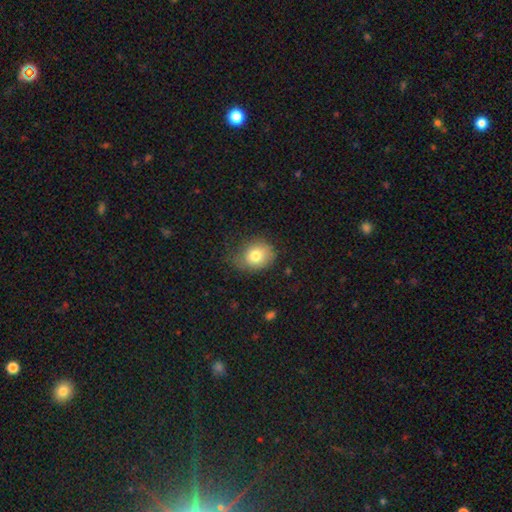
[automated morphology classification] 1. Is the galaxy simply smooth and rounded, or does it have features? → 78% smooth, 13% featured or disk, 10% star or artifact.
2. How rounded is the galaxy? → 60% round, 39% in between, 1% cigar-shaped.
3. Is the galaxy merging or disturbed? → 56% none, 30% minor disturbance, 13% major disturbance, 2% merger.